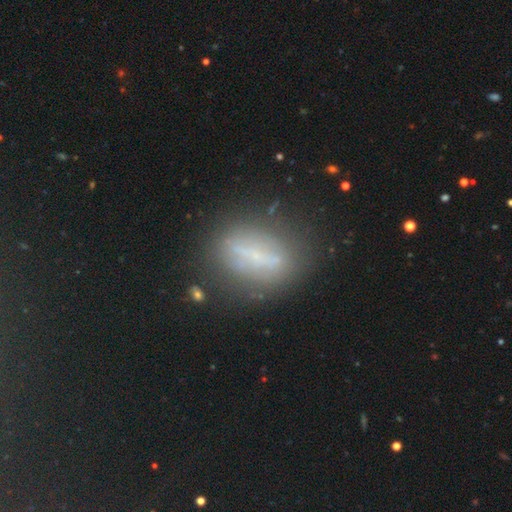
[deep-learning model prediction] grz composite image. It shows a featured or disk galaxy (53%). Merging: none (71%).